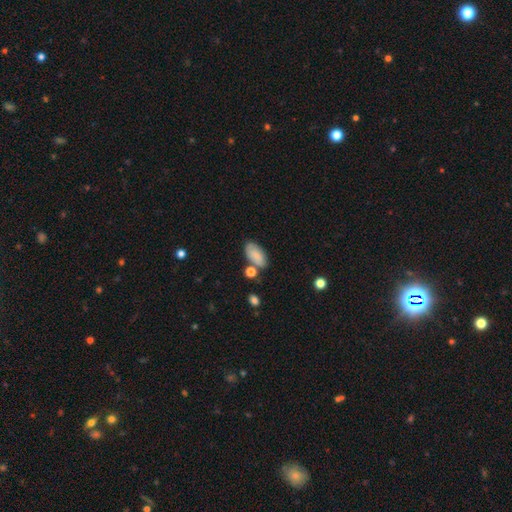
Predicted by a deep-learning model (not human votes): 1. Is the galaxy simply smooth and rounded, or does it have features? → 75% smooth, 17% featured or disk, 8% star or artifact.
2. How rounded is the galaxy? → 93% in between, 4% round, 3% cigar-shaped.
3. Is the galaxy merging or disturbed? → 62% none, 20% minor disturbance, 12% merger, 5% major disturbance.